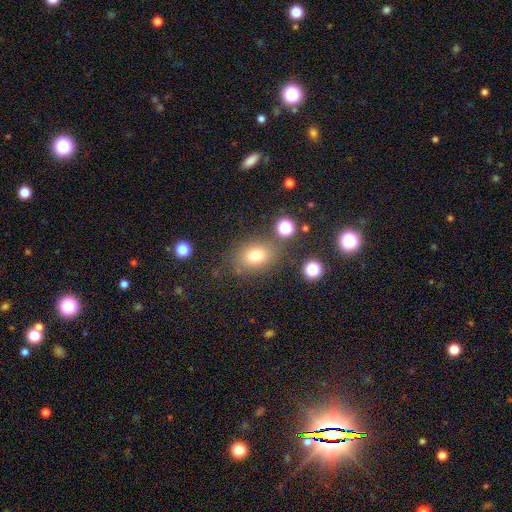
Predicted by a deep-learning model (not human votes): Smooth or featured?
  - smooth: 74% *
  - star or artifact: 15%
  - featured or disk: 11%
How rounded?
  - in between: 56% *
  - round: 43%
  - cigar-shaped: 1%
Merging?
  - none: 76% *
  - minor disturbance: 13%
  - merger: 6%
  - major disturbance: 5%